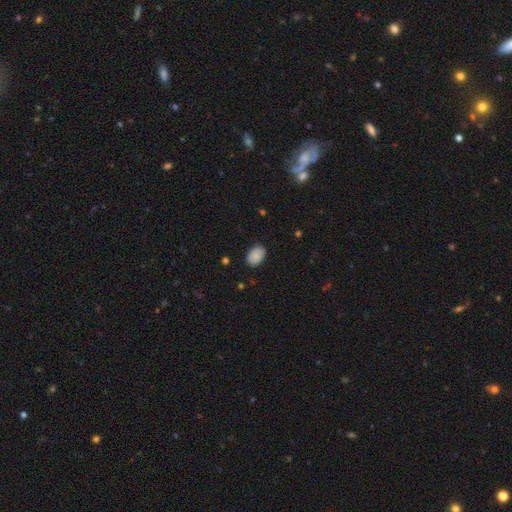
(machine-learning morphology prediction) A smooth galaxy with no disk features (87%) that is in between round and cigar-shaped (85%).

Vote fractions:
- Smooth or featured? smooth: 87% / star or artifact: 7% / featured or disk: 6%
- How rounded? in between: 85% / round: 14% / cigar-shaped: 1%
- Merging? none: 86% / minor disturbance: 11% / major disturbance: 2% / merger: 1%